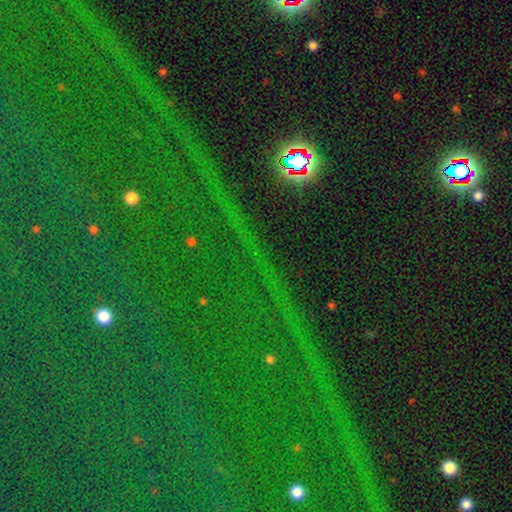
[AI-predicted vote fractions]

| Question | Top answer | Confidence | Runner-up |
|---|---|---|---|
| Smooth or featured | star or artifact | 84% | featured or disk (8%) |